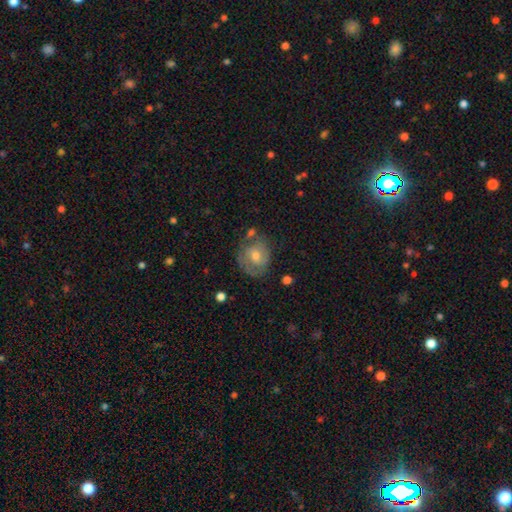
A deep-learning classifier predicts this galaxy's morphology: type=featured or disk (55%); edge-on=no (96%); bar=no (68%); spiral arms=yes (68%); bulge=moderate (64%); merging=none (62%).